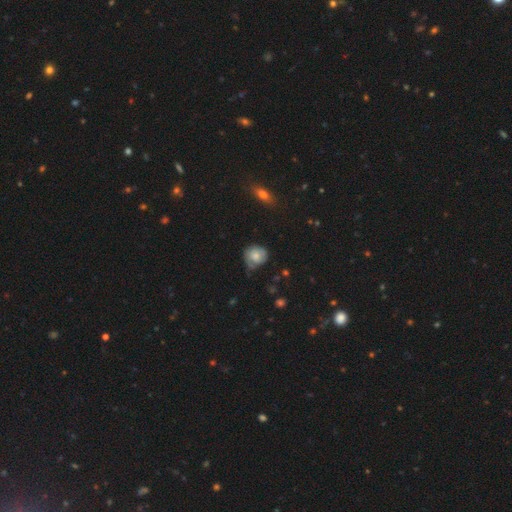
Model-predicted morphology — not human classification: smooth 63%, featured or disk 30%, star or artifact 8%. Down the decision tree: how rounded — round (76%); merging — none (48%).